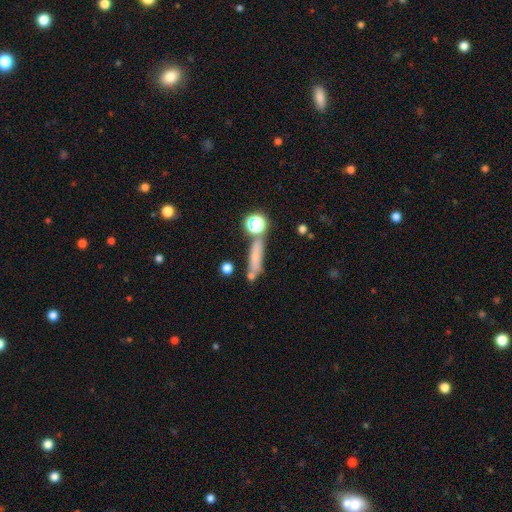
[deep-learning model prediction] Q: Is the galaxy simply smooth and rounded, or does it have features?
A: smooth — 67%.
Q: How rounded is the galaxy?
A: cigar-shaped — 71%.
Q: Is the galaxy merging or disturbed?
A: none — 65%.